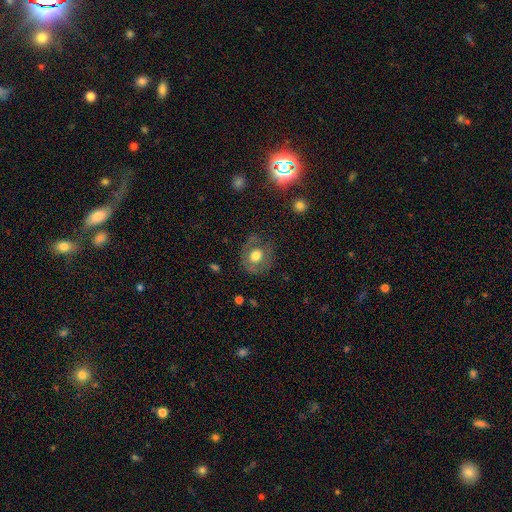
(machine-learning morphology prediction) type=smooth (57%); roundness=round (74%); merging=none (71%).